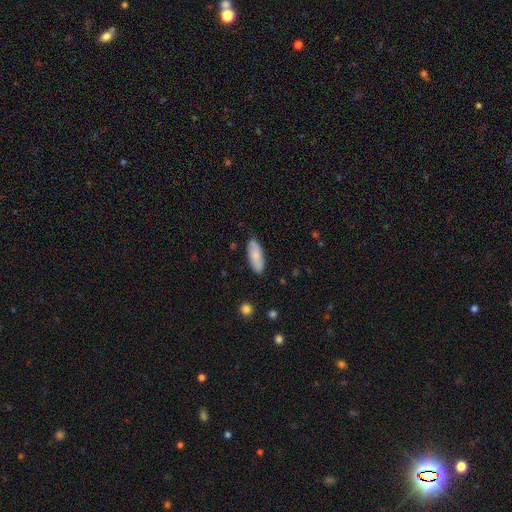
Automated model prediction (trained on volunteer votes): Overall: smooth (85%). How rounded: in between (72%). Merging: none (87%).